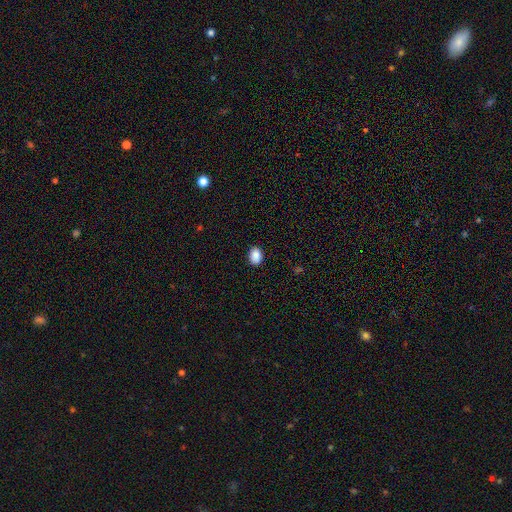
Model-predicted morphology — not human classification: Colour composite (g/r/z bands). It shows a smooth galaxy with no disk features (89%) that is in between round and cigar-shaped (75%). Merging: none (89%).